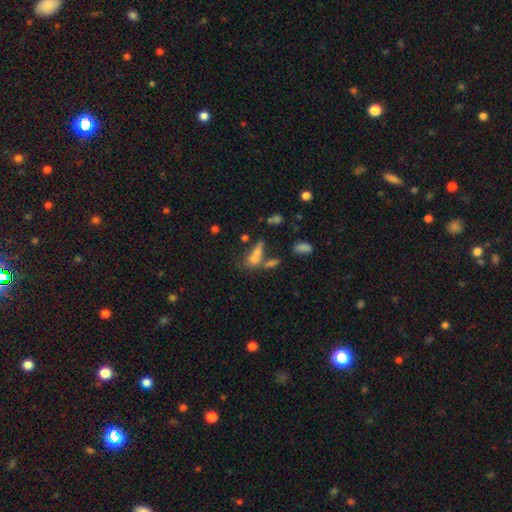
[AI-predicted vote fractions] A smooth galaxy with no disk features (64%) that is in between round and cigar-shaped (59%). Merging: merger (47%).